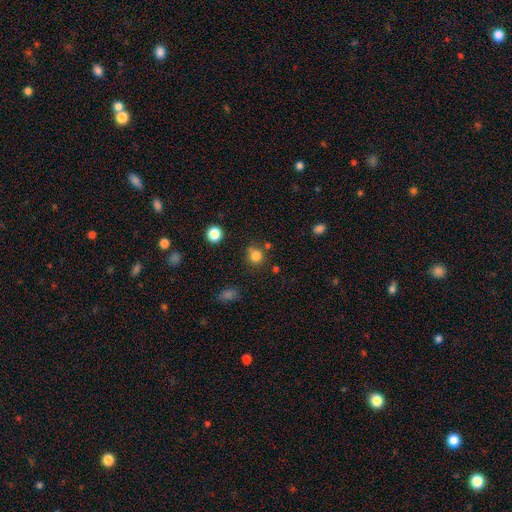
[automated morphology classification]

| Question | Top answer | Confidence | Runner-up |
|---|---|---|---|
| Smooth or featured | smooth | 81% | star or artifact (14%) |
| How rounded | round | 86% | in between (13%) |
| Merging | none | 74% | minor disturbance (14%) |